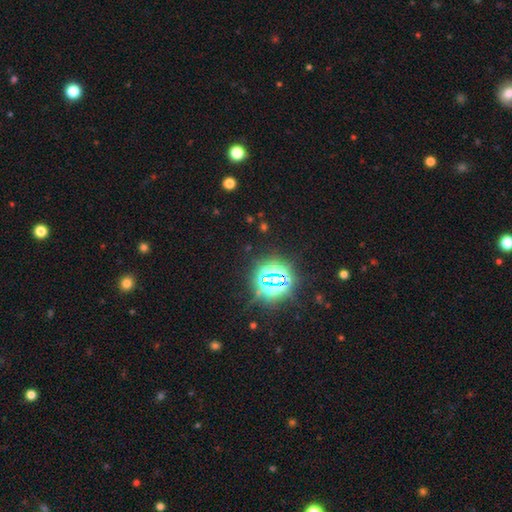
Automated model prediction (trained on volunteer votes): The model was most divided on "smooth or featured": star or artifact: 80%, smooth: 14%, featured or disk: 6%.